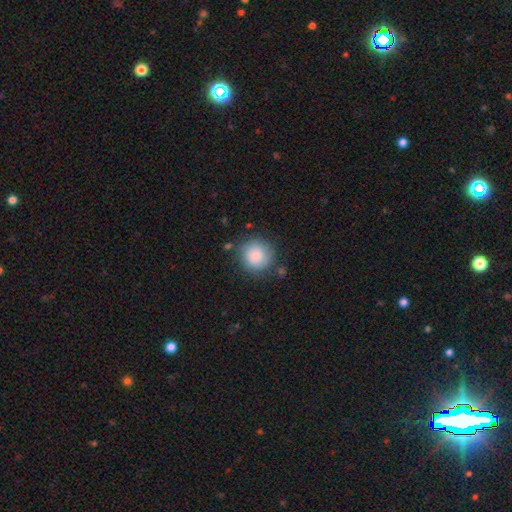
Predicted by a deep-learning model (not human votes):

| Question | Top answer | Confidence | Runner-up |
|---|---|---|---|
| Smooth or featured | smooth | 83% | featured or disk (10%) |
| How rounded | round | 93% | in between (6%) |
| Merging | none | 76% | minor disturbance (16%) |